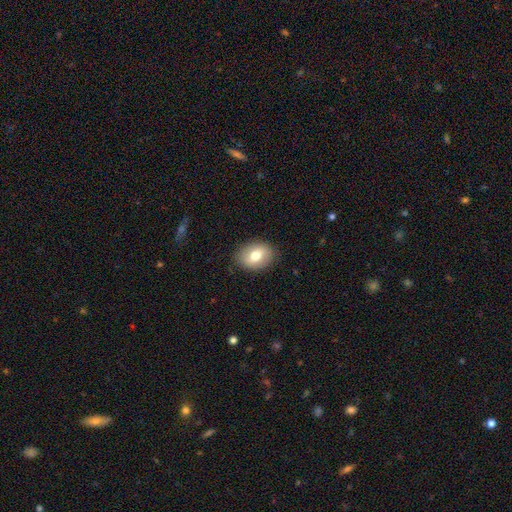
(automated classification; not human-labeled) This appears to be a smooth galaxy with no disk features (72%) that is in between round and cigar-shaped (70%). Merging: none (86%).